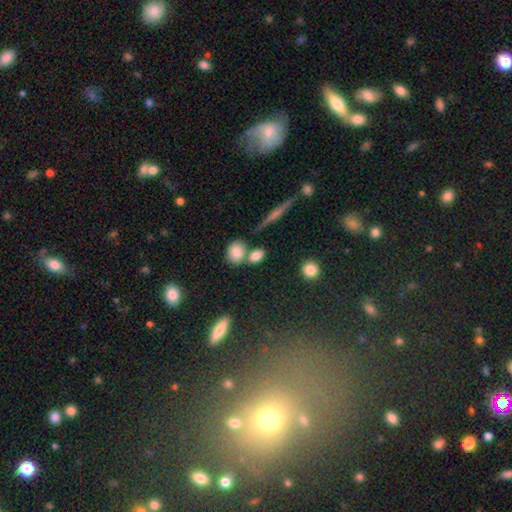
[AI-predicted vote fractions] smooth-or-featured: smooth: 81% | star or artifact: 10% | featured or disk: 9%
  how-rounded: in between: 69% | round: 27% | cigar-shaped: 4%
  merging: none: 59% | merger: 26% | minor disturbance: 11% | major disturbance: 4%